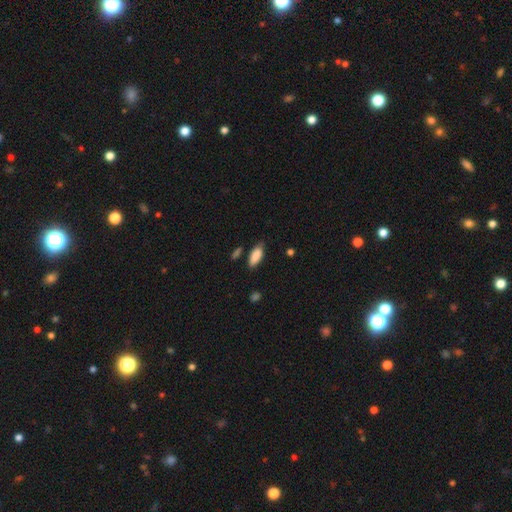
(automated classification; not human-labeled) Overall: smooth (88%). How rounded: in between (80%). Merging: none (74%).